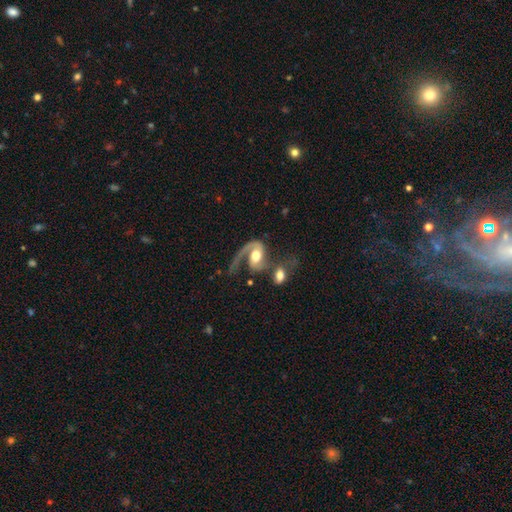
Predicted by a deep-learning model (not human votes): Smooth or featured? Predicted: featured or disk (p=0.81). Edge-on disk? Predicted: no (p=0.97). Bar? Predicted: no (p=0.54). Spiral arms? Predicted: yes (p=0.93). Spiral winding? Predicted: loose (p=0.50). Spiral arm count? Predicted: 1 (p=0.66). Bulge size? Predicted: moderate (p=0.62). Merging? Predicted: major disturbance (p=0.32).